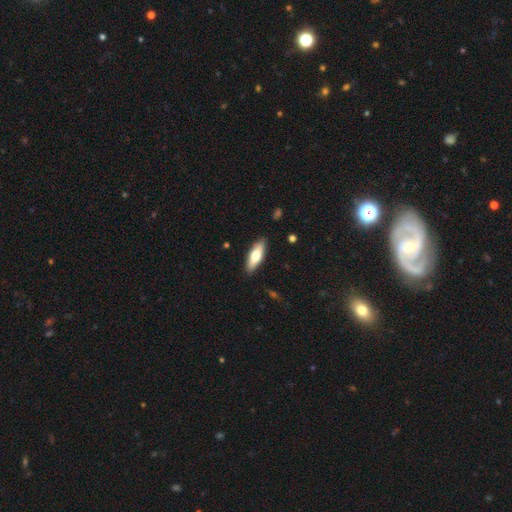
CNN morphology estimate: This appears to be a smooth galaxy with no disk features (64%) that is in between round and cigar-shaped (56%). Merging: none (89%).